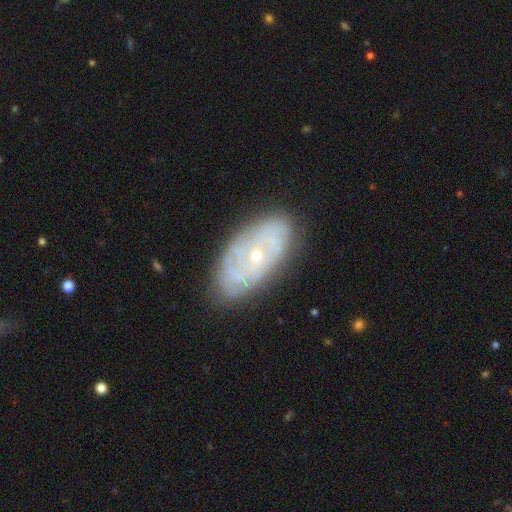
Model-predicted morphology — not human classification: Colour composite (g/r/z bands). It shows a featured or disk galaxy (76%) with no bar (78%), tight (71%) spiral arms (84%) and a small central bulge (66%). Merging: none (79%).